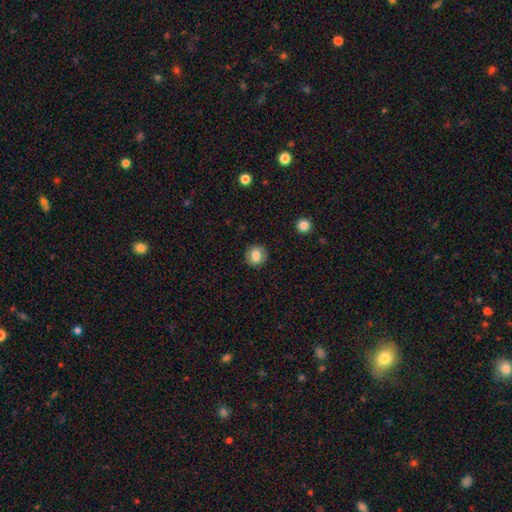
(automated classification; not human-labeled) This appears to be a smooth galaxy with no disk features (81%) that is round (84%). Merging: none (88%).